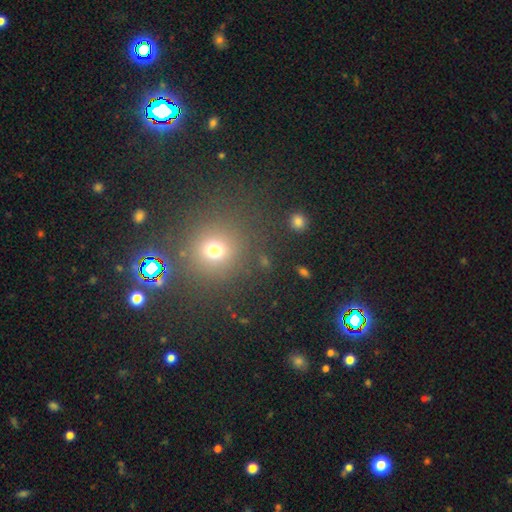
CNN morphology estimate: smooth-or-featured: smooth: 48% | star or artifact: 44% | featured or disk: 8%
  merging: none: 86% | minor disturbance: 7% | merger: 4% | major disturbance: 4%